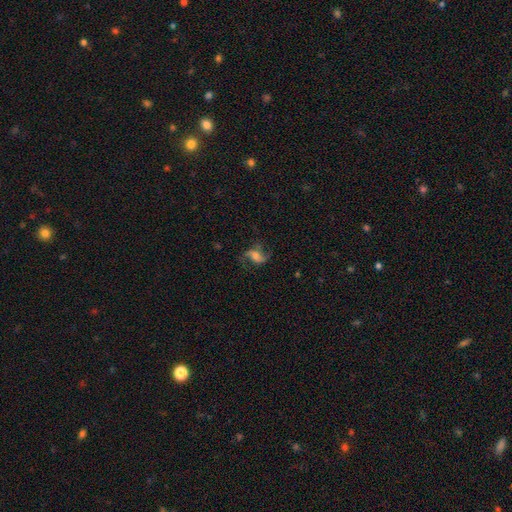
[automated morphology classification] Overall: featured or disk (74%). Edge-on disk: no (96%). Bar: no (43%; weak 37%). Spiral arms: yes (93%). Spiral arm count: 2 (89%). Spiral winding: loose (66%; medium 28%). Bulge size: moderate (51%; small 33%). Merging: none (68%).